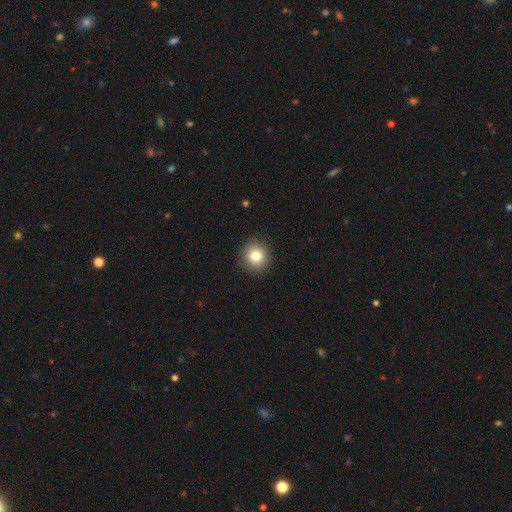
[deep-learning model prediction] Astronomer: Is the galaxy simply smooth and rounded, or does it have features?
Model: smooth — 81%.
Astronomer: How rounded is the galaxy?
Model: round — 91%.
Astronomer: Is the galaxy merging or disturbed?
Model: none — 91%.